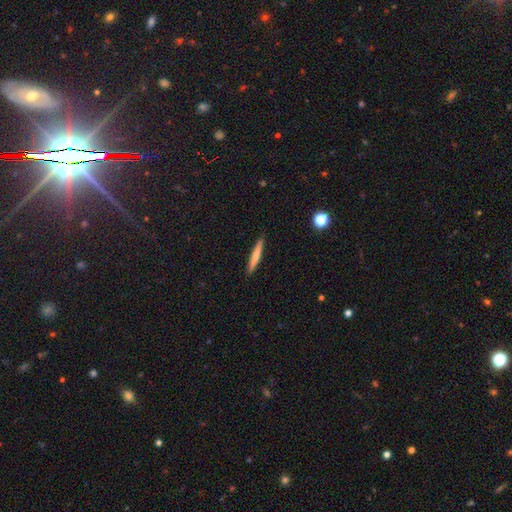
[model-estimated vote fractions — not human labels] Smooth or featured?
  - smooth: 64% *
  - featured or disk: 30%
  - star or artifact: 6%
How rounded?
  - cigar-shaped: 94% *
  - in between: 4%
  - round: 1%
Merging?
  - none: 90% *
  - minor disturbance: 7%
  - major disturbance: 1%
  - merger: 1%